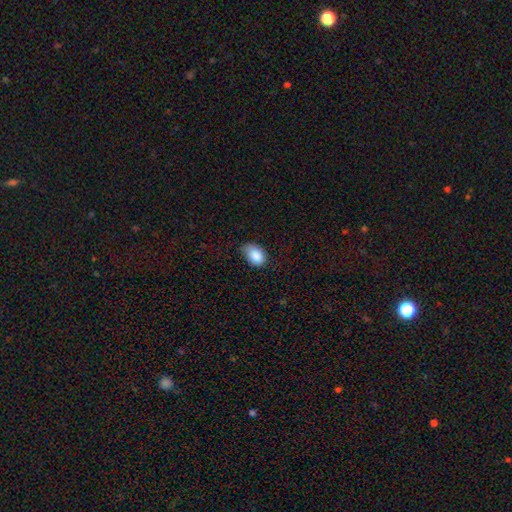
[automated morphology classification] Smooth or featured? smooth (87%)
How rounded? in between (85%)
Merging? none (58%)